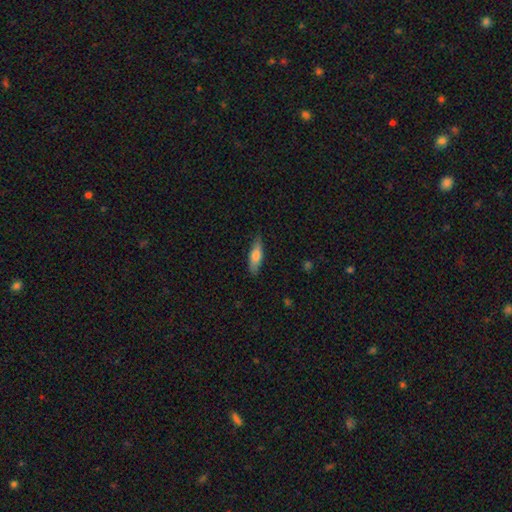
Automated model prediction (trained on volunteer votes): smooth_or_featured: smooth (p=0.73) [alt: featured or disk p=0.22]
how_rounded: cigar-shaped (p=0.49) [tied with: in between p=0.49]
merging: none (p=0.79) [alt: minor disturbance p=0.17]